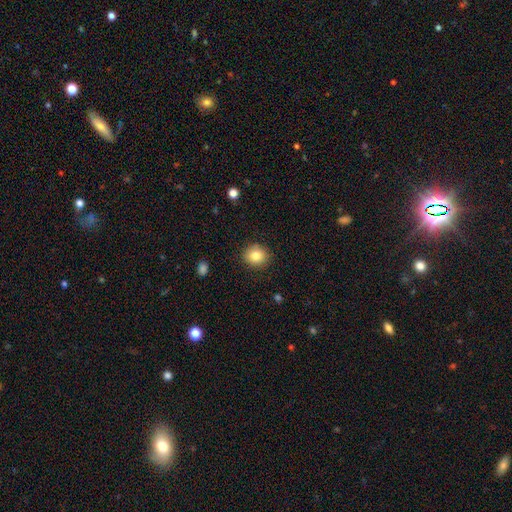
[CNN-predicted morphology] A smooth galaxy with no disk features (83%) that is round (81%). Merging: none (89%).